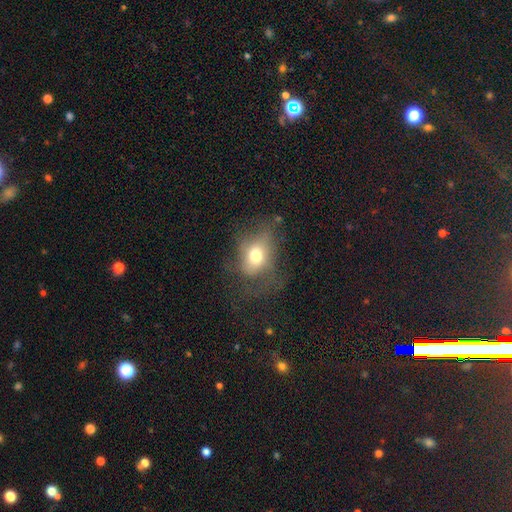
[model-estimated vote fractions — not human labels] Overall: smooth (65%). How rounded: in between (67%; round 31%). Merging: none (41%; major disturbance 31%).